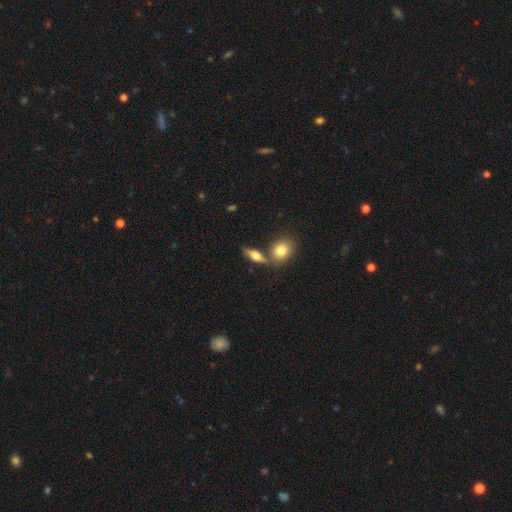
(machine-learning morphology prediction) smooth-or-featured: smooth: 51% | featured or disk: 40% | star or artifact: 9%
  how-rounded: in between: 59% | cigar-shaped: 28% | round: 13%
  merging: none: 65% | merger: 19% | minor disturbance: 12% | major disturbance: 4%